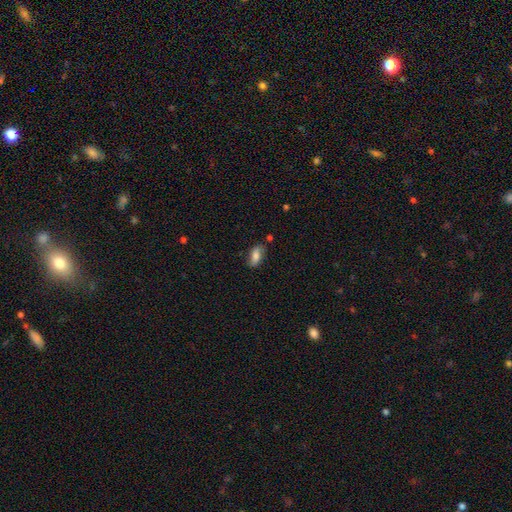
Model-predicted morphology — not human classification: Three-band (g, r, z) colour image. It shows a smooth galaxy with no disk features (74%) that is in between round and cigar-shaped (84%). Merging: none (71%).